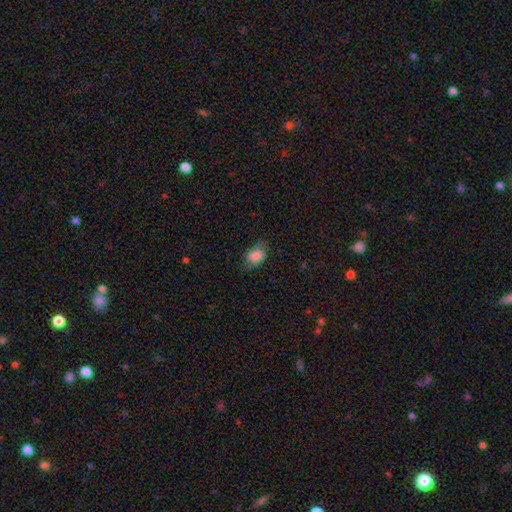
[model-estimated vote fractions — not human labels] This appears to be a smooth galaxy with no disk features (77%) that is in between round and cigar-shaped (85%). Merging: none (62%).